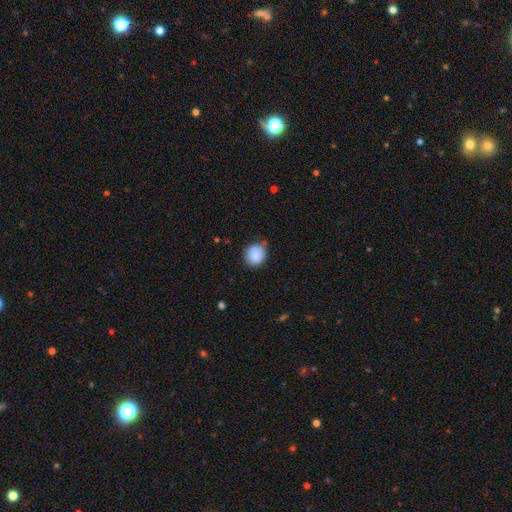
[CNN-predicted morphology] smooth 87%, star or artifact 8%, featured or disk 5%. Down the decision tree: how rounded — round (86%); merging — none (78%).